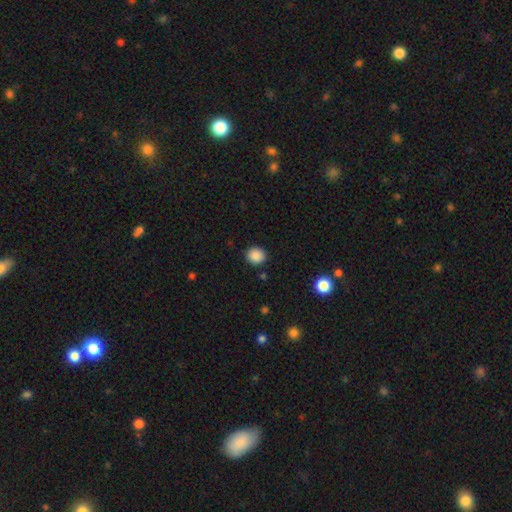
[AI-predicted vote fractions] smooth 87%, star or artifact 10%, featured or disk 3%. Down the decision tree: how rounded — round (85%); merging — none (89%).